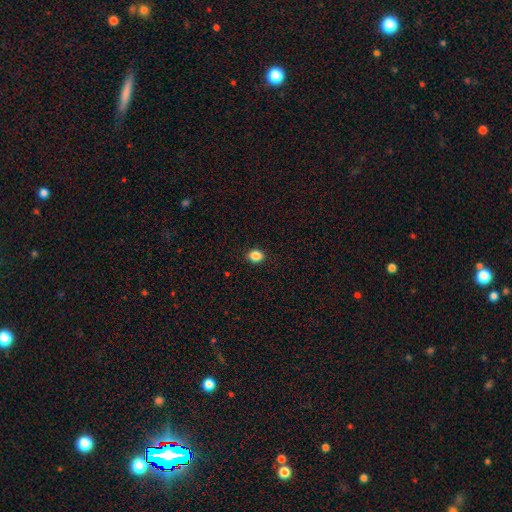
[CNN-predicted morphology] Smooth or featured?
  - smooth: 86% *
  - star or artifact: 10%
  - featured or disk: 3%
How rounded?
  - round: 52% *
  - in between: 47%
  - cigar-shaped: 1%
Merging?
  - none: 90% *
  - minor disturbance: 7%
  - major disturbance: 2%
  - merger: 1%